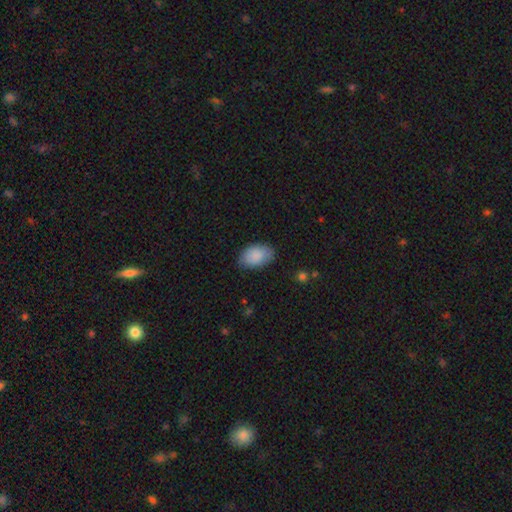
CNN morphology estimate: Overall: smooth (88%). How rounded: in between (91%). Merging: none (79%).